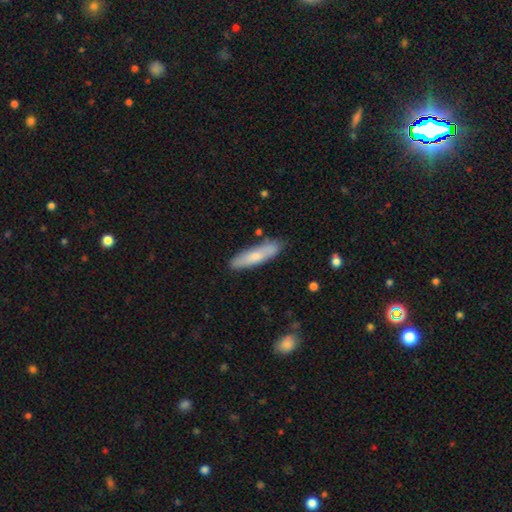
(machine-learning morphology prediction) Overall: smooth (71%). How rounded: cigar-shaped (76%). Merging: none (80%).